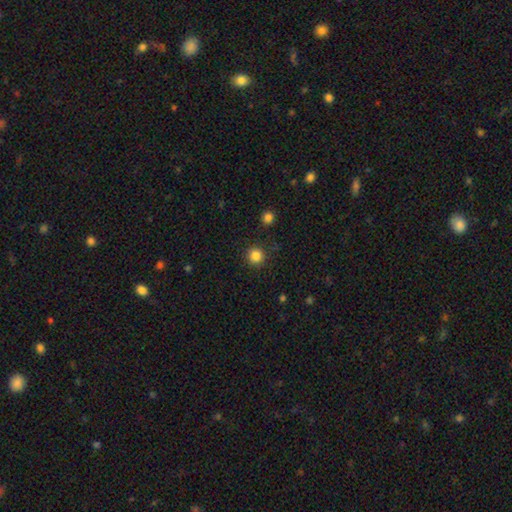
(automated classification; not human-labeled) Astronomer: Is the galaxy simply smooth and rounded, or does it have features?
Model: smooth — 85%.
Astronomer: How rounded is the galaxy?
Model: round — 95%.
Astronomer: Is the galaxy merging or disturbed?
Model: none — 90%.